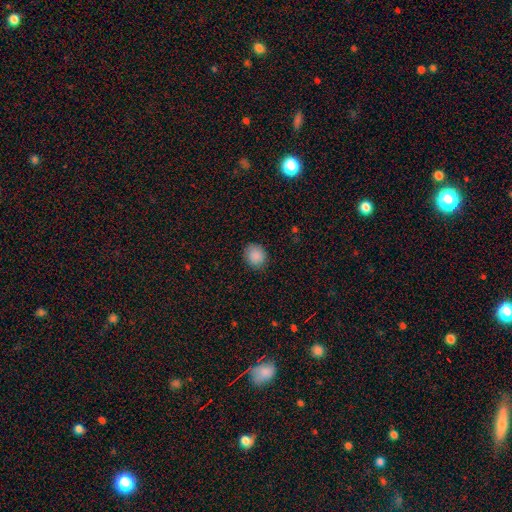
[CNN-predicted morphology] Smooth or featured? smooth (89%)
How rounded? round (75%)
Merging? none (87%)